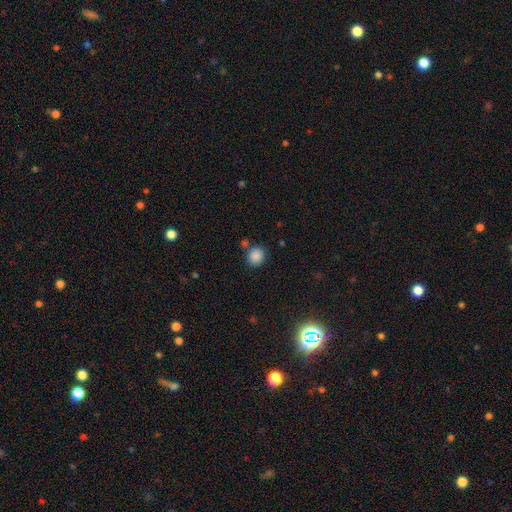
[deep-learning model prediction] smooth_or_featured: smooth (p=0.87) [alt: star or artifact p=0.10]
how_rounded: round (p=0.79) [alt: in between p=0.20]
merging: none (p=0.77) [alt: minor disturbance p=0.11]